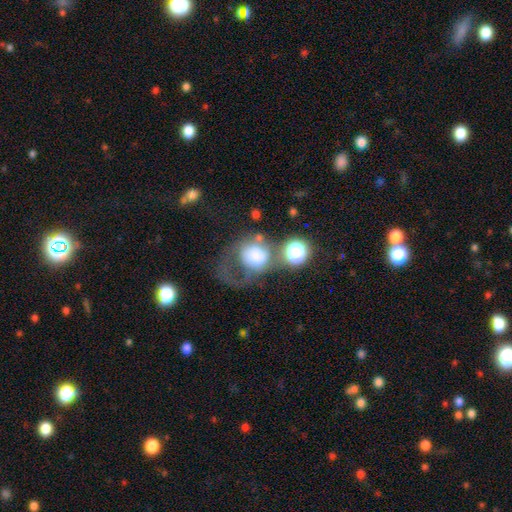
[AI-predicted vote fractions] The model was most divided on "merging": major disturbance: 40%, merger: 23%, none: 22%, minor disturbance: 15%. More confident: how rounded — round (68%); smooth or featured — smooth (61%).